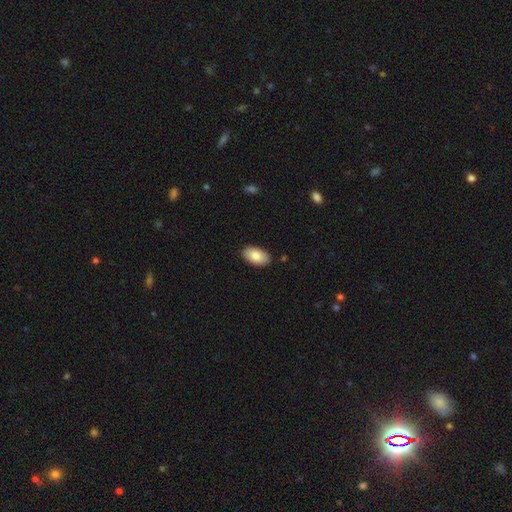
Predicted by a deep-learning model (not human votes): smooth 82%, featured or disk 12%, star or artifact 6%. Down the decision tree: how rounded — in between (95%); merging — none (88%).